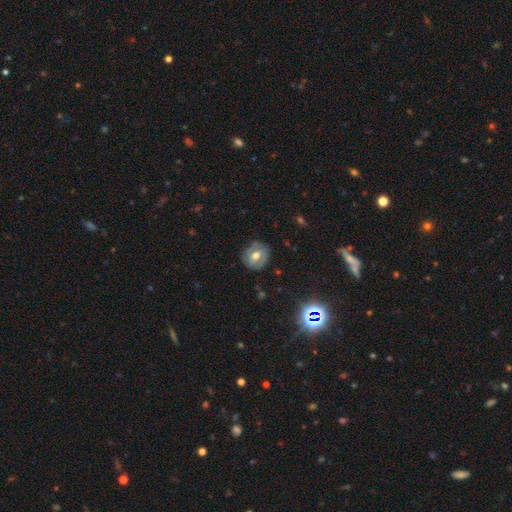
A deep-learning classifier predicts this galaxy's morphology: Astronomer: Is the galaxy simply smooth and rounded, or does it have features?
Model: featured or disk — 45% (runner-up: smooth, 44%).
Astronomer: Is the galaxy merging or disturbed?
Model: none — 78%.